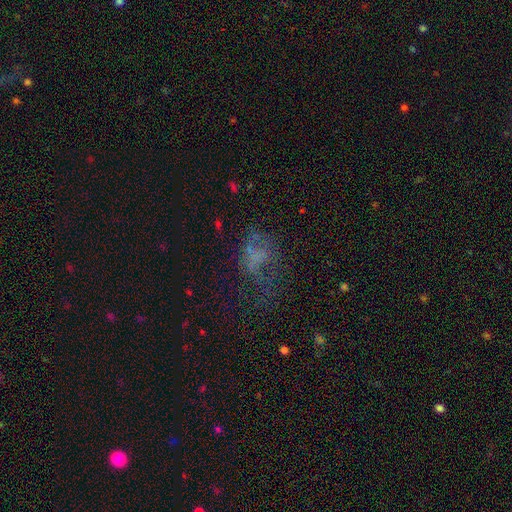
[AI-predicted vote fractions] featured or disk 38%, smooth 35%, star or artifact 27%. Down the decision tree: merging — major disturbance (40%).